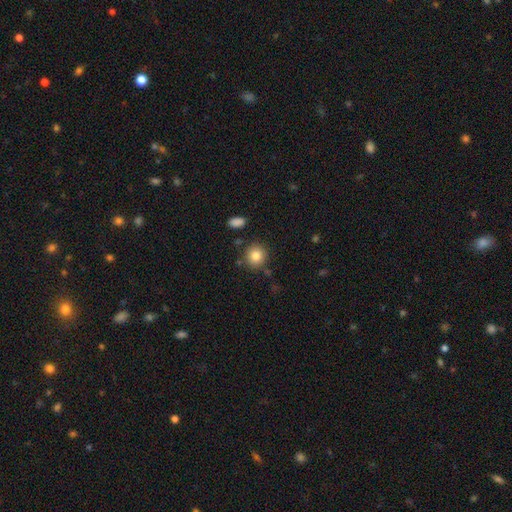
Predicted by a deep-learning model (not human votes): smooth_or_featured: smooth (p=0.83) [alt: star or artifact p=0.09]
how_rounded: round (p=0.89) [alt: in between p=0.10]
merging: none (p=0.84) [alt: minor disturbance p=0.09]